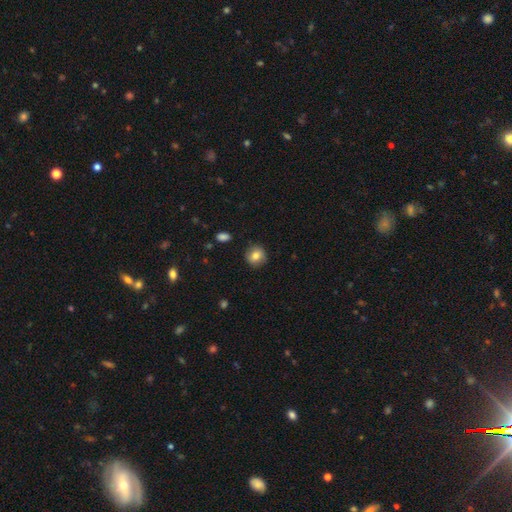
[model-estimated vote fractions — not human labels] This is likely a smooth galaxy (80%). How rounded: clearly round (87%). Merging: clearly none (87%).